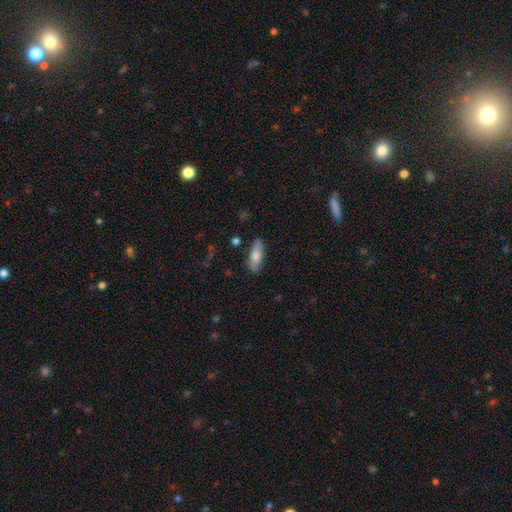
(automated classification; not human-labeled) Overall: smooth (75%). How rounded: in between (65%; cigar-shaped 33%). Merging: none (84%).